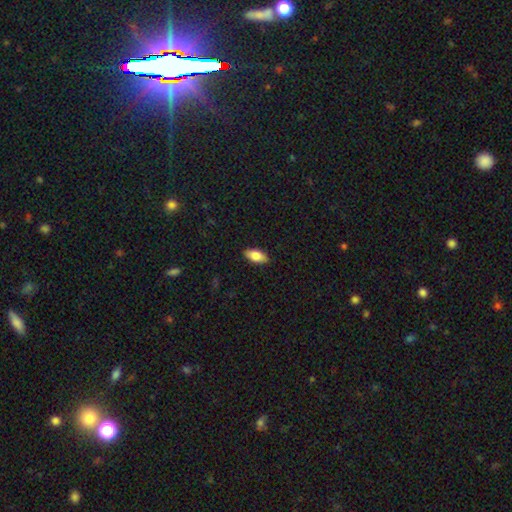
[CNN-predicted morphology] Smooth or featured: smooth — 81% (featured or disk — 13%)
How rounded: in between — 90% (cigar-shaped — 7%)
Merging: none — 89% (minor disturbance — 8%)